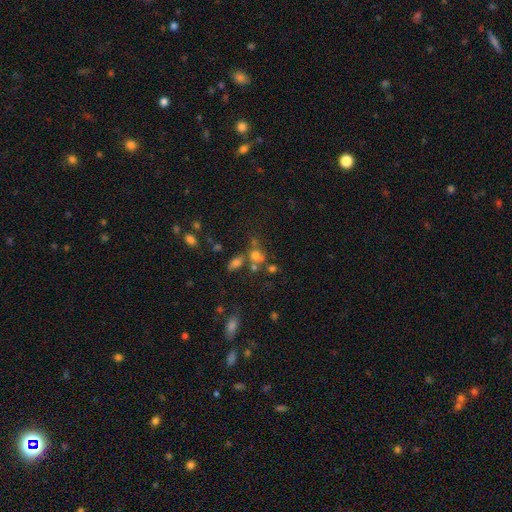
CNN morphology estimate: smooth-or-featured: smooth: 64% | star or artifact: 21% | featured or disk: 15%
  how-rounded: round: 61% | in between: 37% | cigar-shaped: 2%
  merging: none: 44% | merger: 36% | minor disturbance: 12% | major disturbance: 8%